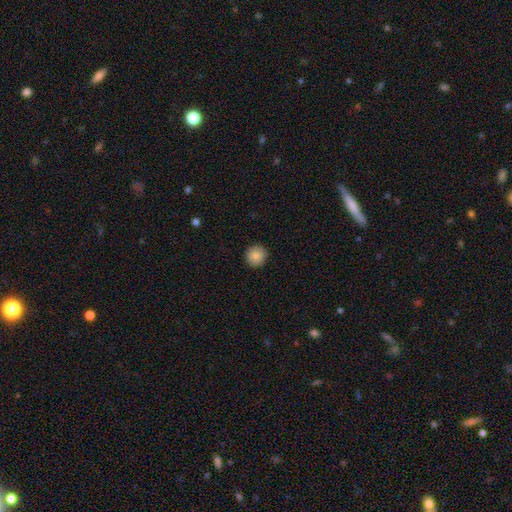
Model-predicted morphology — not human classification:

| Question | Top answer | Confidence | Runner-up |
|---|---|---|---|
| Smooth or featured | smooth | 87% | star or artifact (8%) |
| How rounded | round | 95% | in between (4%) |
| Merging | none | 92% | minor disturbance (6%) |